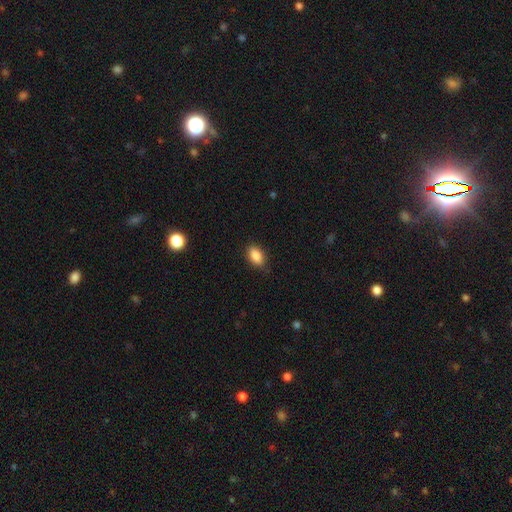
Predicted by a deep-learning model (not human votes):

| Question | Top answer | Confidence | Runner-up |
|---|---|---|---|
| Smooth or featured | smooth | 88% | star or artifact (8%) |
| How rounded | in between | 89% | round (8%) |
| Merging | none | 82% | minor disturbance (15%) |